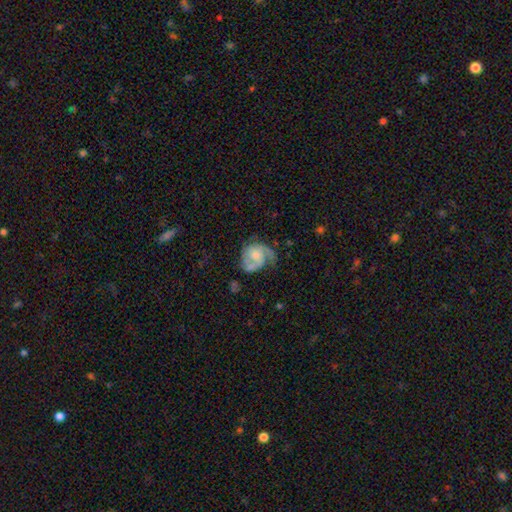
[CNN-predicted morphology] A featured or disk galaxy (72%) with no bar (72%), 2 (45%) medium (43%) spiral arms (89%) and a moderate central bulge (42%). Merging: none (43%).